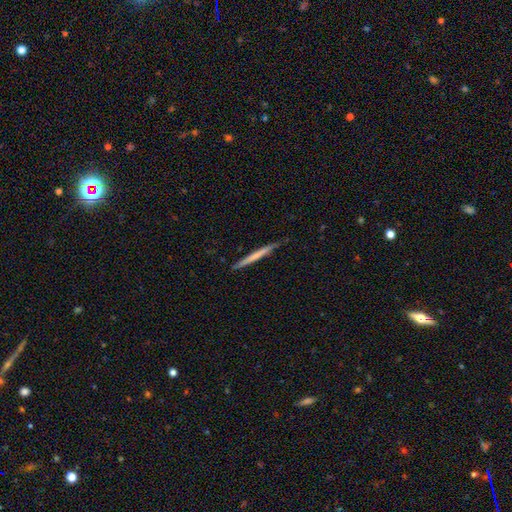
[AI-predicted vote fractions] smooth 56%, featured or disk 39%, star or artifact 5%. Down the decision tree: how rounded — cigar-shaped (97%); merging — none (87%).